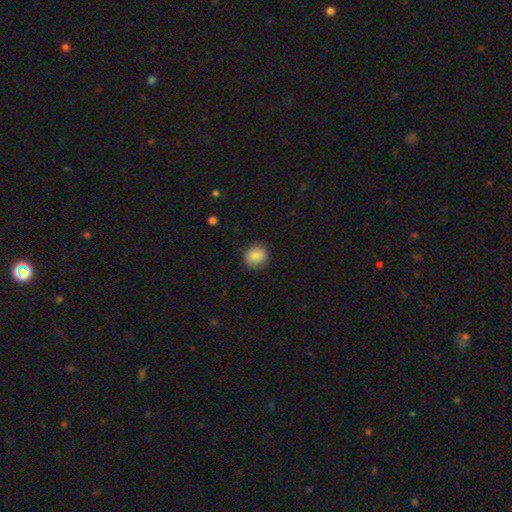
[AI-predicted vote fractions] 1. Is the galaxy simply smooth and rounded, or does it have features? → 86% smooth, 8% star or artifact, 5% featured or disk.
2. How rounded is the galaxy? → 80% round, 19% in between, 1% cigar-shaped.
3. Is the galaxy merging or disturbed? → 87% none, 9% minor disturbance, 3% major disturbance, 1% merger.